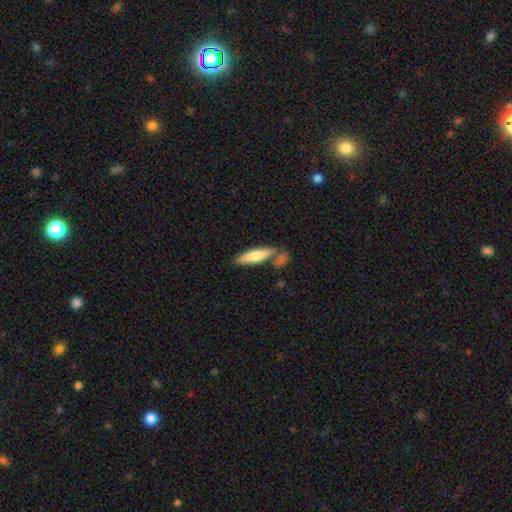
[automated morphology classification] This appears to be a smooth galaxy with no disk features (68%) that is cigar-shaped (72%). Merging: none (68%).